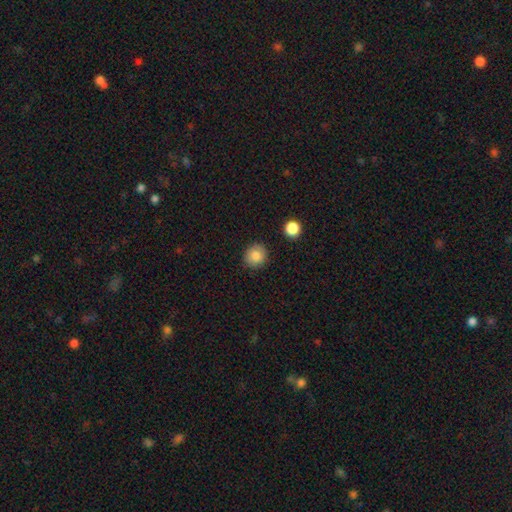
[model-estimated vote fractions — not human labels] A smooth galaxy with no disk features (84%) that is round (88%).

Vote fractions:
- Smooth or featured? smooth: 84% / star or artifact: 9% / featured or disk: 7%
- How rounded? round: 88% / in between: 11% / cigar-shaped: 1%
- Merging? none: 88% / minor disturbance: 8% / major disturbance: 2% / merger: 2%